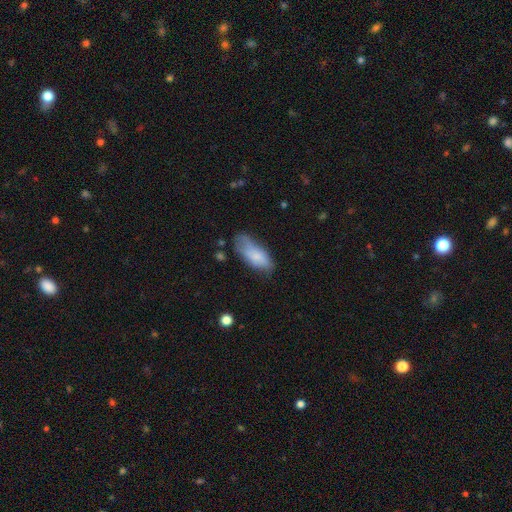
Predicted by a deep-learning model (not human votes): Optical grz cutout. It shows a smooth galaxy with no disk features (75%) that is in between round and cigar-shaped (81%). Merging: none (47%).